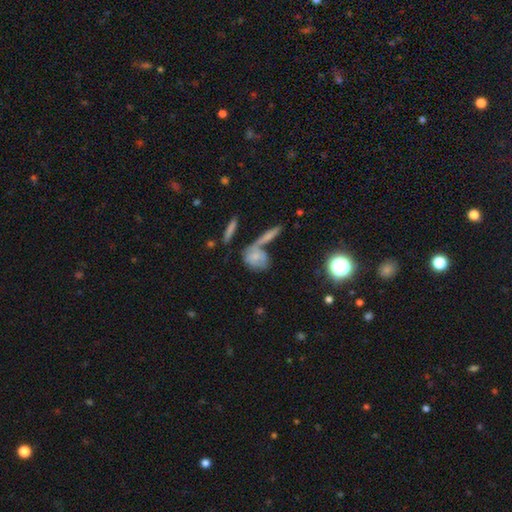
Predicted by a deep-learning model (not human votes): smooth 65%, featured or disk 25%, star or artifact 9%. Down the decision tree: how rounded — in between (58%); merging — merger (39%).